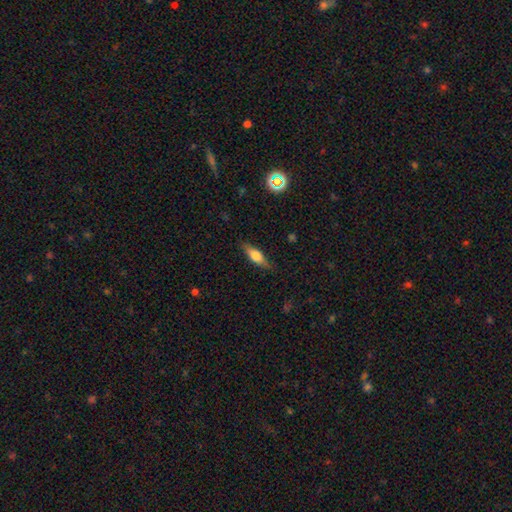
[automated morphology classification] Overall: smooth (58%; featured or disk 35%). How rounded: in between (53%; cigar-shaped 44%). Merging: none (82%).